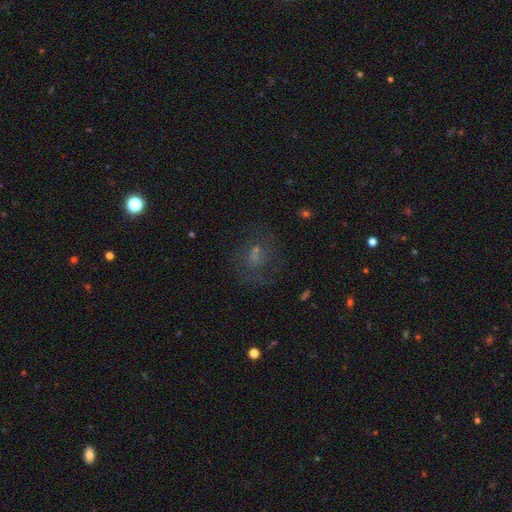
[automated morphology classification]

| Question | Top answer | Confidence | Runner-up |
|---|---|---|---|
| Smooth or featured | featured or disk | 35% | tied: smooth (35%) |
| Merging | none | 63% | major disturbance (18%) |